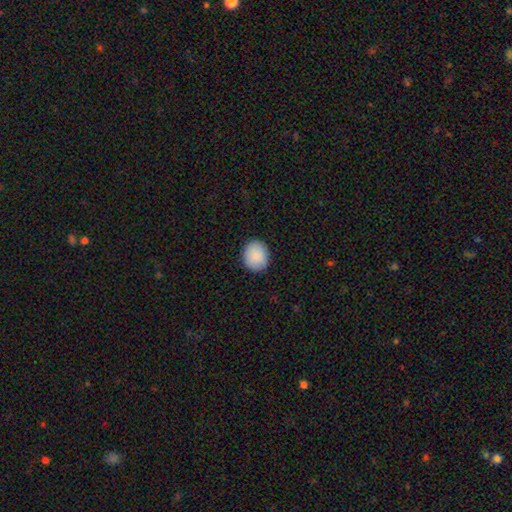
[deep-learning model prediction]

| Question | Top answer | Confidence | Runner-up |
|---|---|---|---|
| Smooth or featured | smooth | 90% | star or artifact (7%) |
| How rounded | round | 65% | in between (34%) |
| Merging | none | 89% | minor disturbance (8%) |